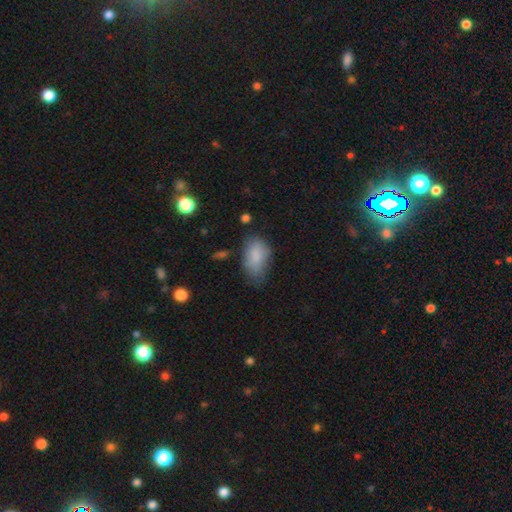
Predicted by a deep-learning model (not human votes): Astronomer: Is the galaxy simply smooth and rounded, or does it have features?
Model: smooth — 83%.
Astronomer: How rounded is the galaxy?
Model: in between — 91%.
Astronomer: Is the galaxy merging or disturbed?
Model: none — 54% (runner-up: minor disturbance, 33%).